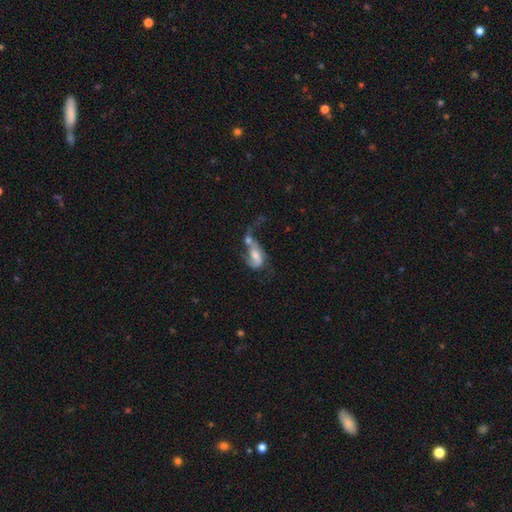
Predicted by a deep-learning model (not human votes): featured or disk 57%, smooth 35%, star or artifact 8%. Down the decision tree: edge-on disk — no (94%); bar — no (42%); spiral arms — yes (74%); bulge size — moderate (45%); merging — merger (46%).